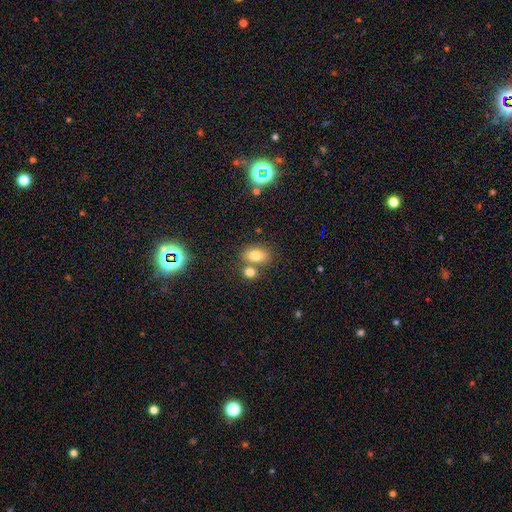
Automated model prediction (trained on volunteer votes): Smooth or featured?
  - smooth: 77% *
  - featured or disk: 12%
  - star or artifact: 11%
How rounded?
  - in between: 84% *
  - round: 13%
  - cigar-shaped: 3%
Merging?
  - none: 55% *
  - merger: 30%
  - minor disturbance: 11%
  - major disturbance: 4%